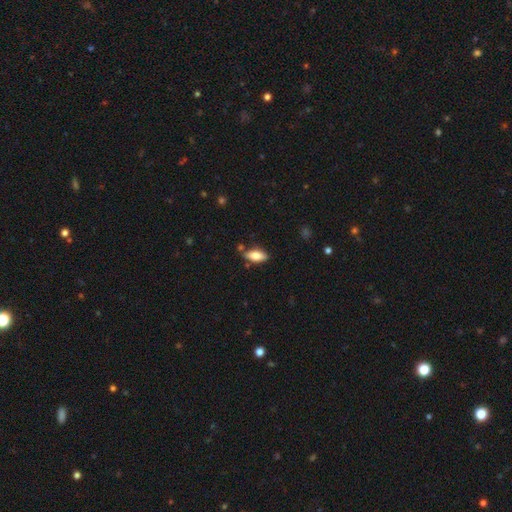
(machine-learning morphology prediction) smooth-or-featured: smooth: 75% | featured or disk: 19% | star or artifact: 7%
  how-rounded: in between: 83% | cigar-shaped: 15% | round: 3%
  merging: none: 78% | minor disturbance: 14% | merger: 5% | major disturbance: 3%